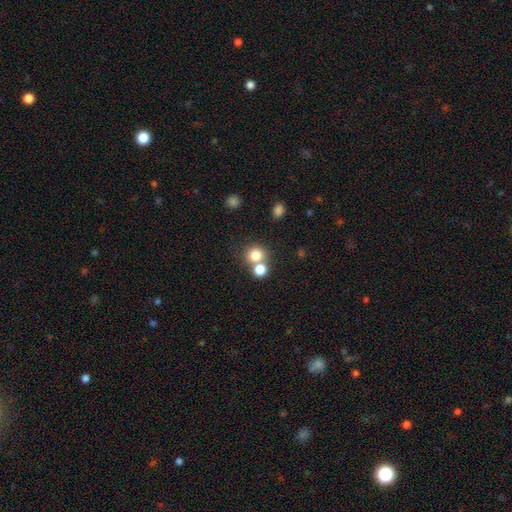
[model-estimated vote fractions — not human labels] Smooth or featured? smooth (78%)
How rounded? round (86%)
Merging? none (53%)